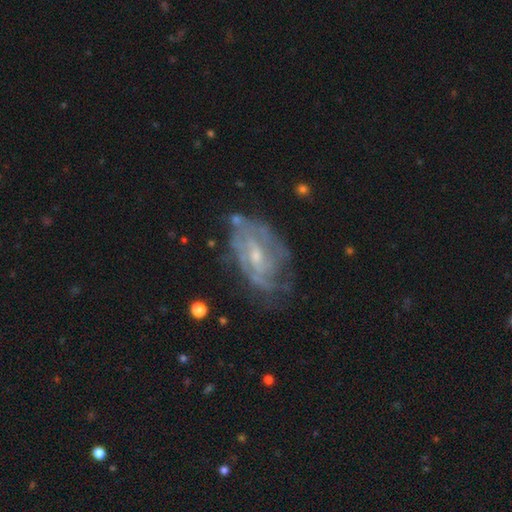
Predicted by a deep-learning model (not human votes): Q: Smooth or featured?
A: featured or disk (80%); runner-up: smooth (13%)
Q: Edge-on disk?
A: no (96%); runner-up: yes (4%)
Q: Bar?
A: weak (46%); runner-up: no (44%)
Q: Spiral arms?
A: yes (82%); runner-up: no (18%)
Q: Spiral winding?
A: tight (51%); runner-up: medium (36%)
Q: Spiral arm count?
A: can't tell (48%); runner-up: 2 (24%)
Q: Bulge size?
A: small (59%); runner-up: moderate (34%)
Q: Merging?
A: none (60%); runner-up: minor disturbance (24%)